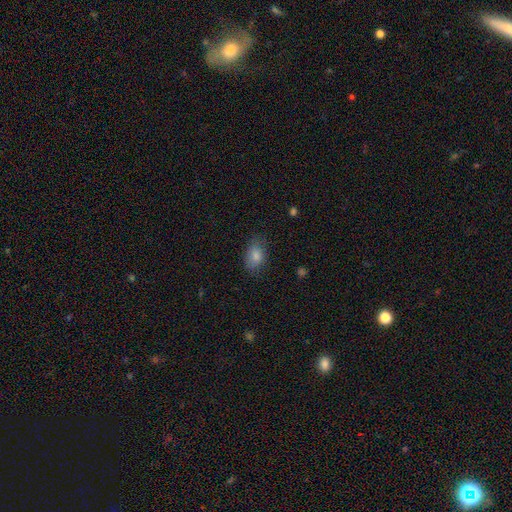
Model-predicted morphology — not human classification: Smooth or featured: smooth — 79% (star or artifact — 11%)
How rounded: in between — 79% (round — 20%)
Merging: none — 79% (minor disturbance — 17%)